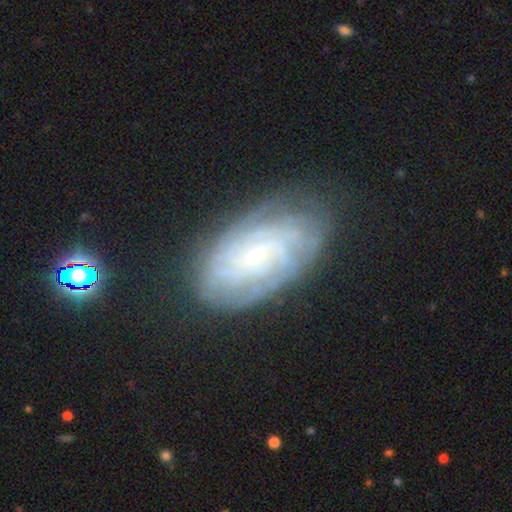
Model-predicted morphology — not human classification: smooth_or_featured: featured or disk (p=0.80) [alt: smooth p=0.13]
disk_edge_on: no (p=0.95) [alt: yes p=0.05]
bar: no (p=0.59) [alt: weak p=0.33]
has_spiral_arms: yes (p=0.94) [alt: no p=0.06]
spiral_winding: tight (p=0.74) [alt: medium p=0.22]
spiral_arm_count: can't tell (p=0.47) [alt: 4 p=0.16]
bulge_size: small (p=0.77) [alt: moderate p=0.19]
merging: none (p=0.74) [alt: minor disturbance p=0.18]